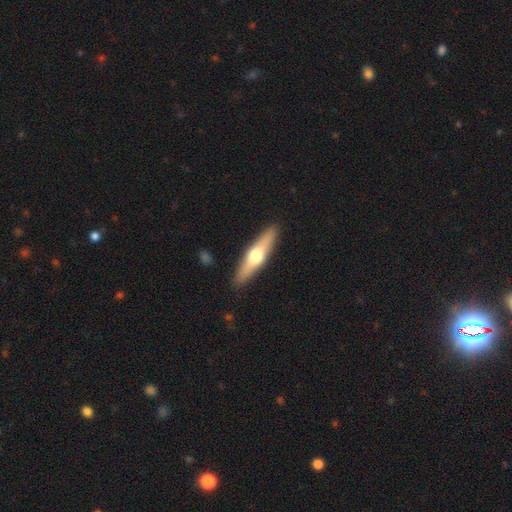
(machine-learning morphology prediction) Smooth or featured: featured or disk — 48% (smooth — 47%)
Merging: none — 90% (minor disturbance — 7%)